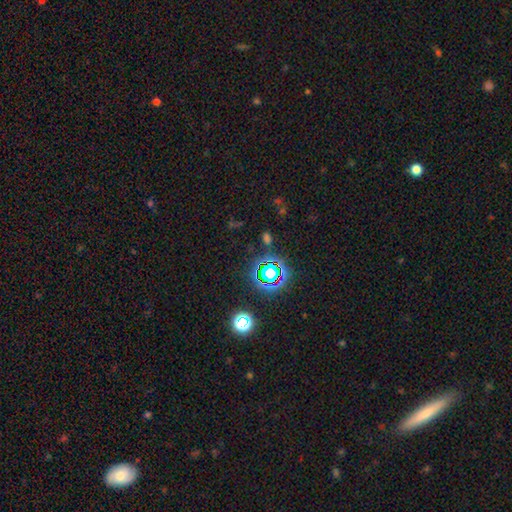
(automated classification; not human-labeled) This appears to be a star or artifact, not a galaxy (74%).